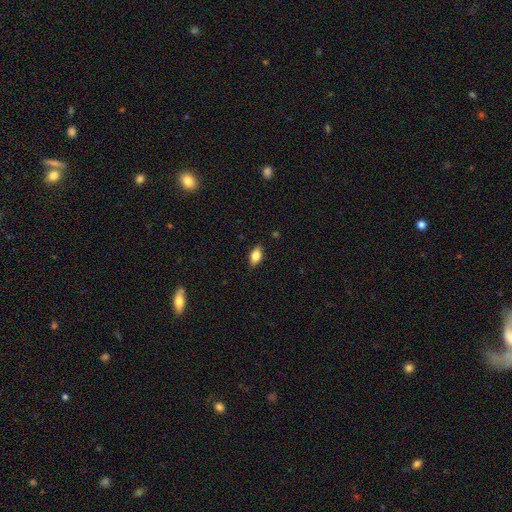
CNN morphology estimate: smooth 79%, featured or disk 14%, star or artifact 8%. Down the decision tree: how rounded — in between (88%); merging — none (86%).